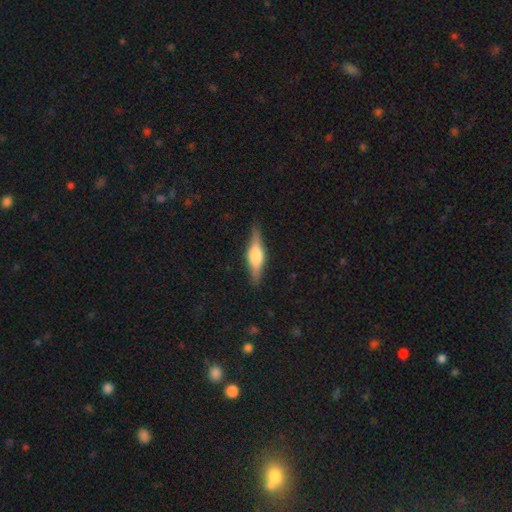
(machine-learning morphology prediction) smooth_or_featured: featured or disk (p=0.54) [alt: smooth p=0.40]
disk_edge_on: yes (p=0.94) [alt: no p=0.06]
edge_on_bulge: rounded (p=0.83) [alt: boxy p=0.13]
merging: none (p=0.85) [alt: minor disturbance p=0.11]